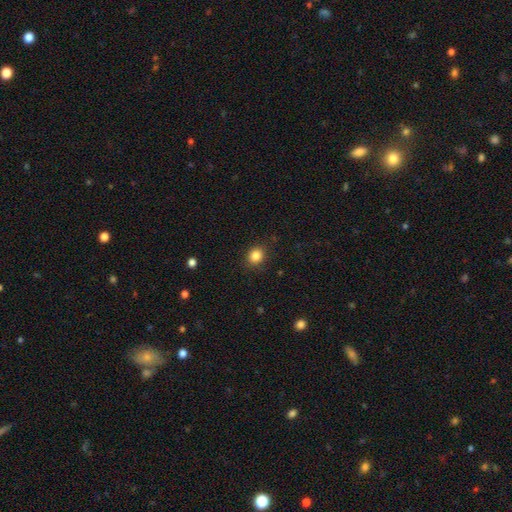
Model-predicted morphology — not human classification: Q: Smooth or featured?
A: smooth (85%); runner-up: star or artifact (11%)
Q: How rounded?
A: round (75%); runner-up: in between (24%)
Q: Merging?
A: none (88%); runner-up: minor disturbance (8%)